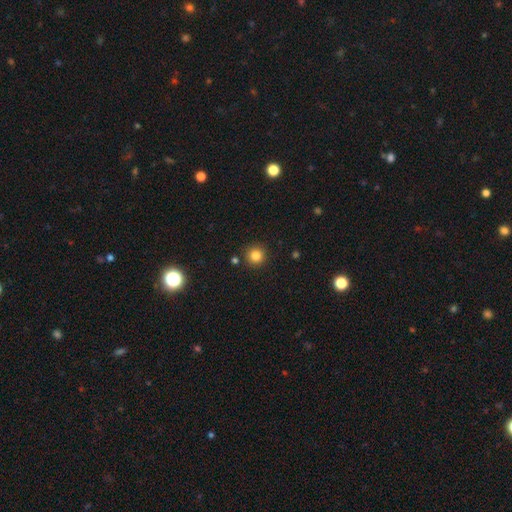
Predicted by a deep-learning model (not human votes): Smooth or featured? Predicted: smooth (p=0.82). How rounded? Predicted: round (p=0.95). Merging? Predicted: none (p=0.89).